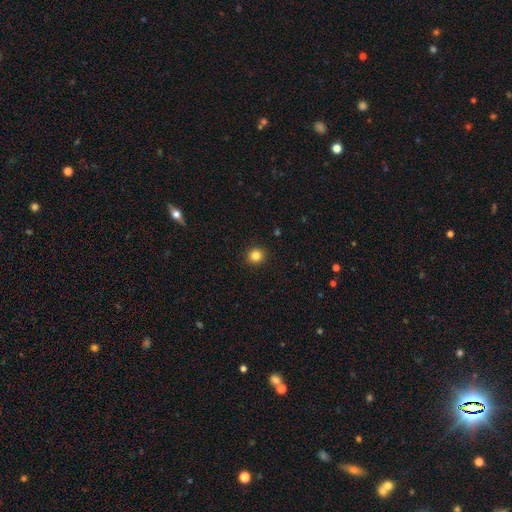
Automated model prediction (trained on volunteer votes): Q: Smooth or featured?
A: smooth (83%); runner-up: star or artifact (12%)
Q: How rounded?
A: round (91%); runner-up: in between (8%)
Q: Merging?
A: none (92%); runner-up: minor disturbance (5%)